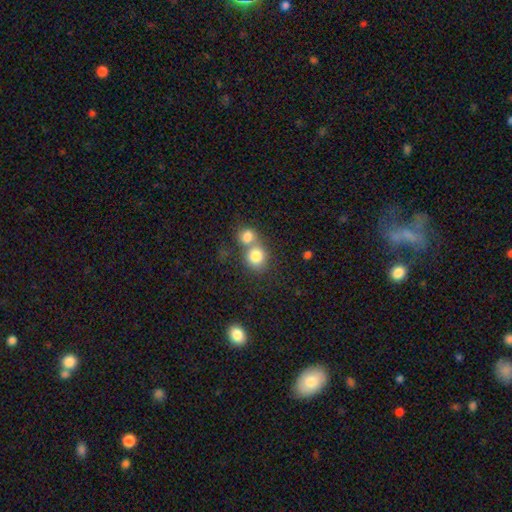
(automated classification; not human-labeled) Smooth or featured? Predicted: smooth (p=0.81). How rounded? Predicted: round (p=0.81). Merging? Predicted: merger (p=0.53).